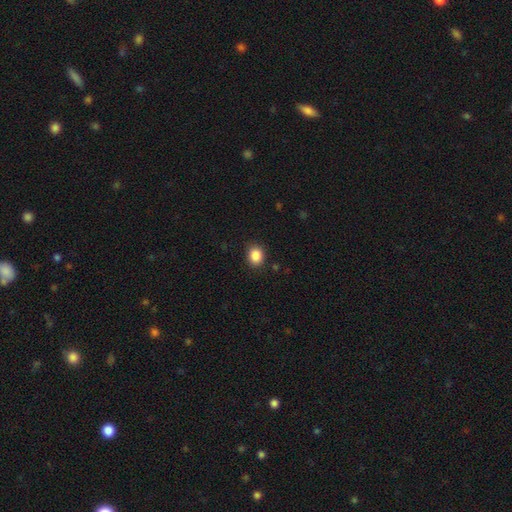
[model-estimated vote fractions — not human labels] Smooth or featured? Predicted: smooth (p=0.87). How rounded? Predicted: round (p=0.65). Merging? Predicted: none (p=0.88).